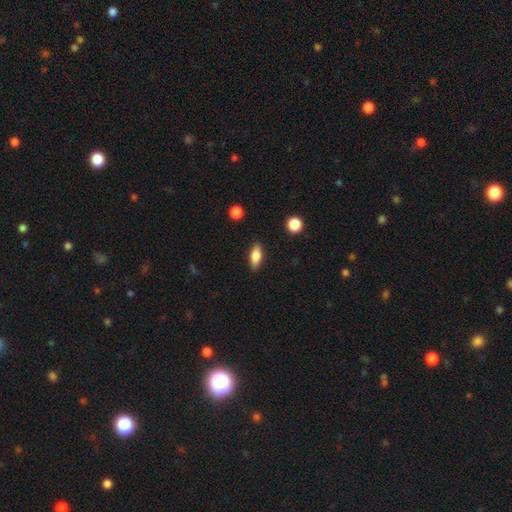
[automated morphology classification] This is likely a smooth galaxy (78%). How rounded: likely in between (77%). Merging: clearly none (87%).